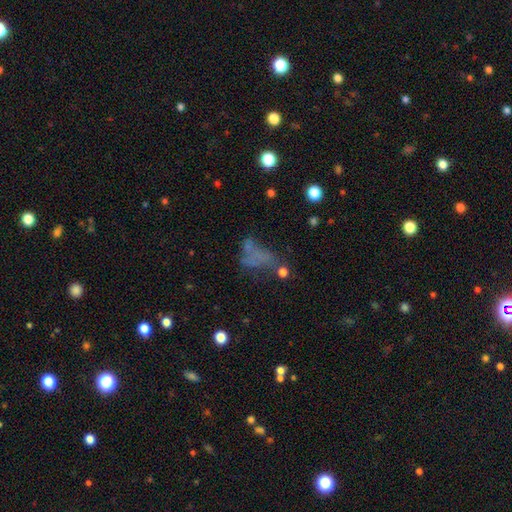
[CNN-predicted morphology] type=smooth (42%); merging=major disturbance (34%).